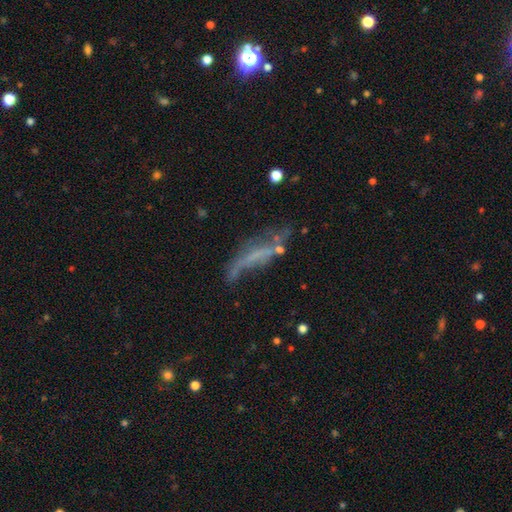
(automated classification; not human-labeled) Smooth or featured? featured or disk (53%)
Edge-on disk? no (70%)
Merging? none (33%, tied with major disturbance)